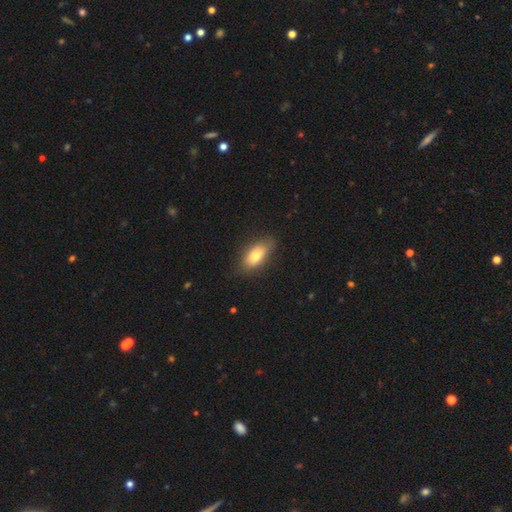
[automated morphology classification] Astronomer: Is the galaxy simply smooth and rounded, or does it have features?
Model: smooth — 77%.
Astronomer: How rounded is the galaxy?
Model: in between — 84%.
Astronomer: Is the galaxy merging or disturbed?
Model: none — 79%.